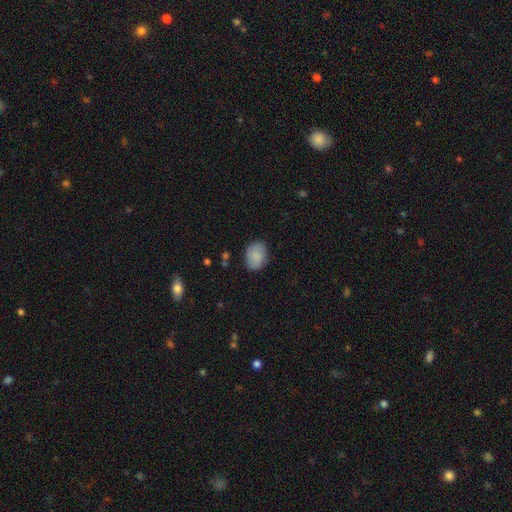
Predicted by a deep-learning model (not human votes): Smooth or featured? smooth (88%)
How rounded? in between (65%)
Merging? none (83%)